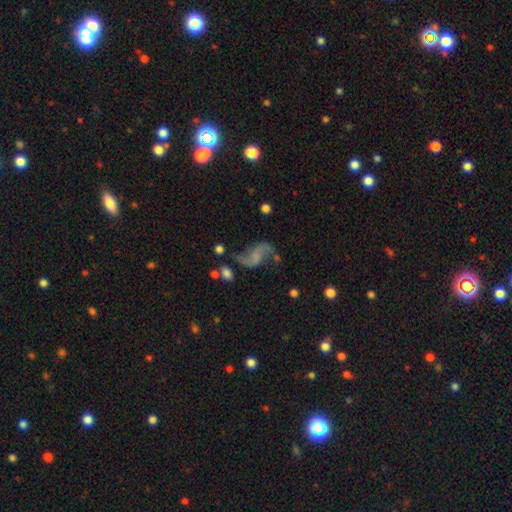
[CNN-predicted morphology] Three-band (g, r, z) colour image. It shows a featured or disk galaxy (79%) with no bar (51%), 2 (92%) loose (85%) spiral arms (93%) and no central bulge (58%). Merging: none (61%).